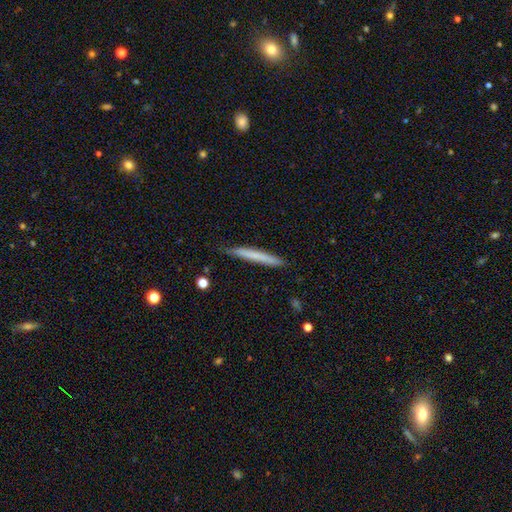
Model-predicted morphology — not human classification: Q: Smooth or featured?
A: smooth (64%); runner-up: featured or disk (30%)
Q: How rounded?
A: cigar-shaped (97%); runner-up: in between (2%)
Q: Merging?
A: none (84%); runner-up: minor disturbance (13%)